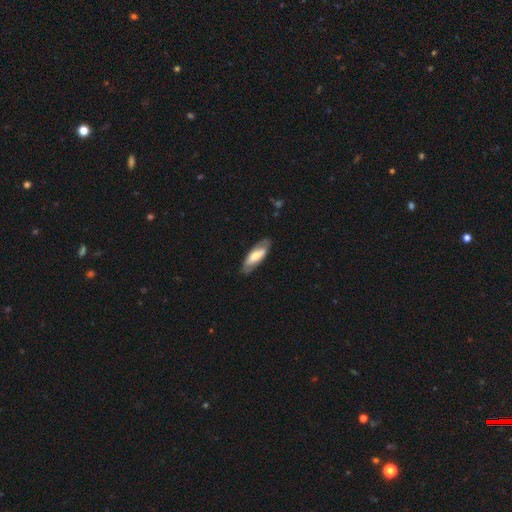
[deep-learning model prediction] Overall: smooth (52%; featured or disk 43%). How rounded: in between (65%; cigar-shaped 33%). Merging: none (80%).